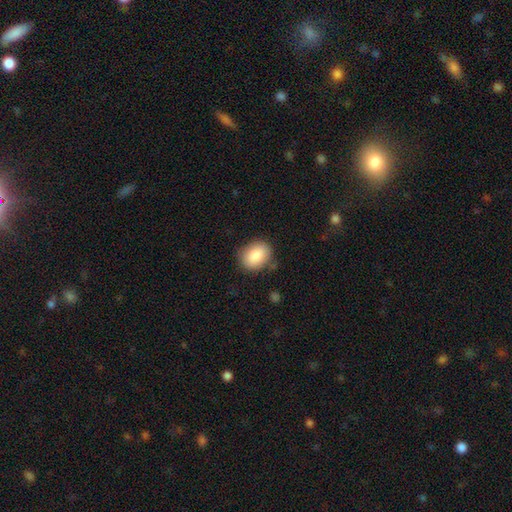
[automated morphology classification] The model was most divided on "how rounded": in between: 61%, round: 38%, cigar-shaped: 1%. More confident: smooth or featured — smooth (86%); merging — none (81%).